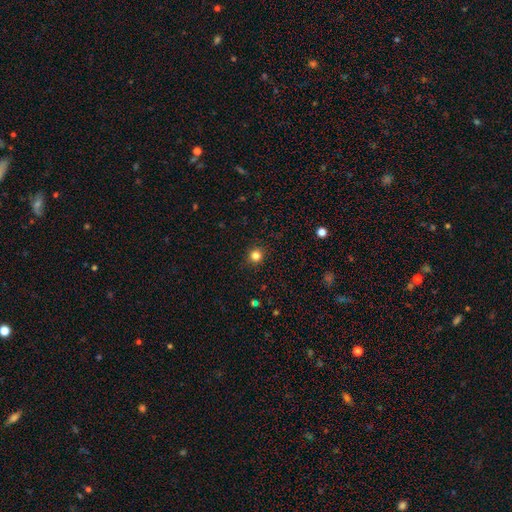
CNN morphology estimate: Smooth or featured?
  - smooth: 83% *
  - star or artifact: 13%
  - featured or disk: 4%
How rounded?
  - round: 92% *
  - in between: 7%
  - cigar-shaped: 1%
Merging?
  - none: 91% *
  - minor disturbance: 6%
  - major disturbance: 2%
  - merger: 1%